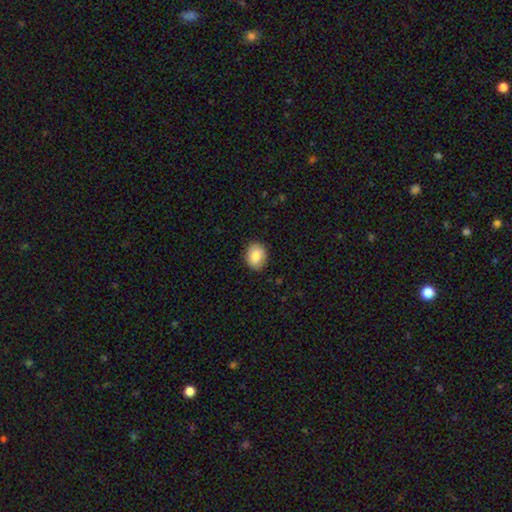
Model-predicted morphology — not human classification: smooth_or_featured: smooth (p=0.85) [alt: featured or disk p=0.07]
how_rounded: in between (p=0.55) [alt: round p=0.44]
merging: none (p=0.89) [alt: minor disturbance p=0.09]